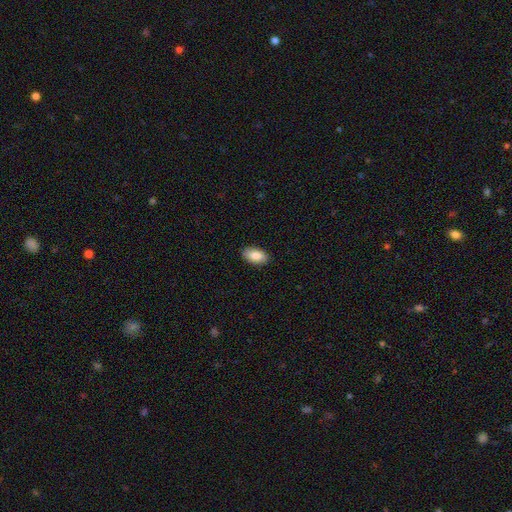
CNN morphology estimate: Overall: smooth (84%). How rounded: in between (93%). Merging: none (89%).